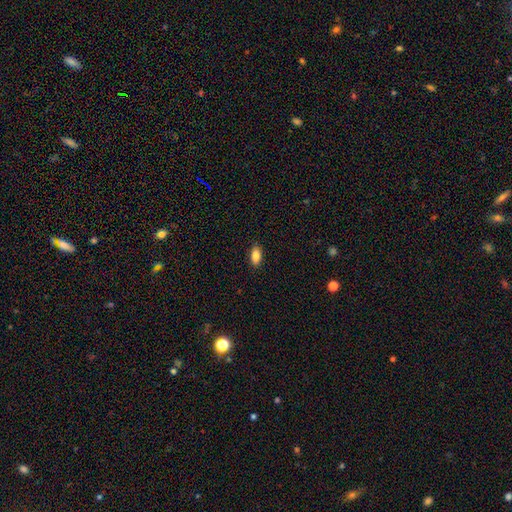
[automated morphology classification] Smooth or featured?
  - smooth: 86% *
  - star or artifact: 8%
  - featured or disk: 6%
How rounded?
  - in between: 89% *
  - cigar-shaped: 7%
  - round: 4%
Merging?
  - none: 89% *
  - minor disturbance: 8%
  - major disturbance: 2%
  - merger: 1%